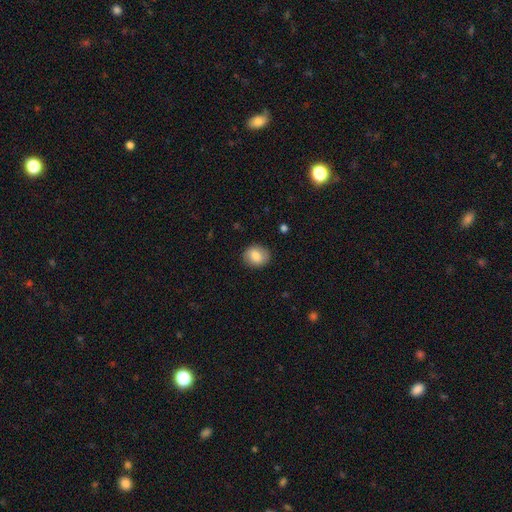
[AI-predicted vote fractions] Smooth or featured? Predicted: smooth (p=0.80). How rounded? Predicted: round (p=0.66). Merging? Predicted: none (p=0.88).